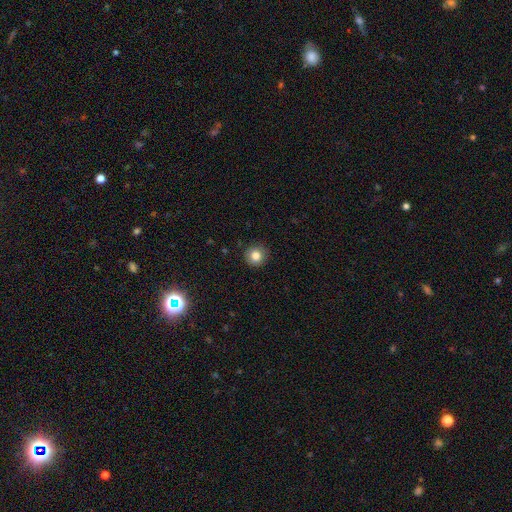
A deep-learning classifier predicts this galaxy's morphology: The model was most divided on "smooth or featured": smooth: 83%, star or artifact: 11%, featured or disk: 7%. More confident: how rounded — round (94%); merging — none (90%).